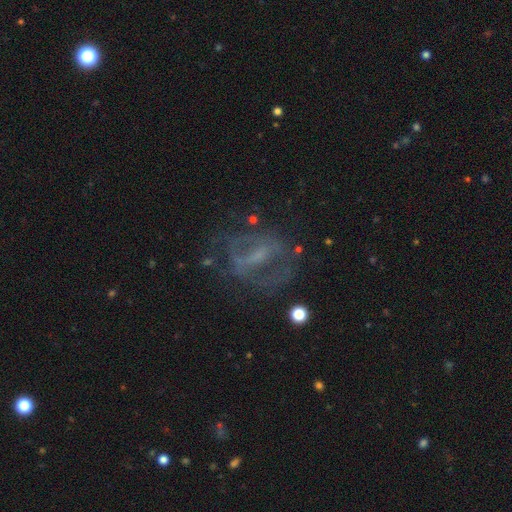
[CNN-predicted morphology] Smooth or featured? Predicted: featured or disk (p=0.65). Edge-on disk? Predicted: no (p=0.90). Bar? Predicted: strong (p=0.40). Spiral arms? Predicted: yes (p=0.51). Bulge size? Predicted: none (p=0.39). Merging? Predicted: none (p=0.59).